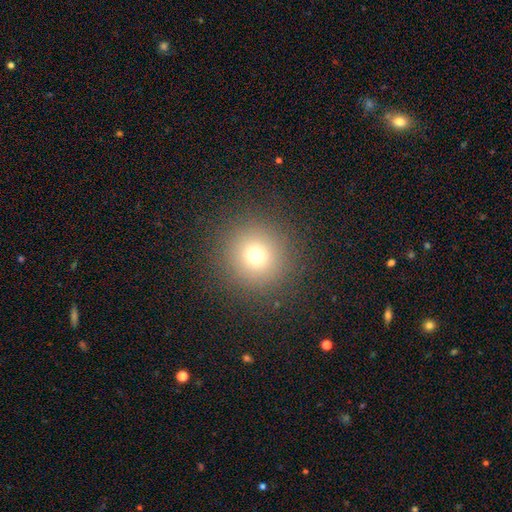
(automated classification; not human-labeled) Q: Smooth or featured?
A: smooth (72%); runner-up: star or artifact (19%)
Q: How rounded?
A: round (96%); runner-up: in between (4%)
Q: Merging?
A: none (90%); runner-up: minor disturbance (5%)